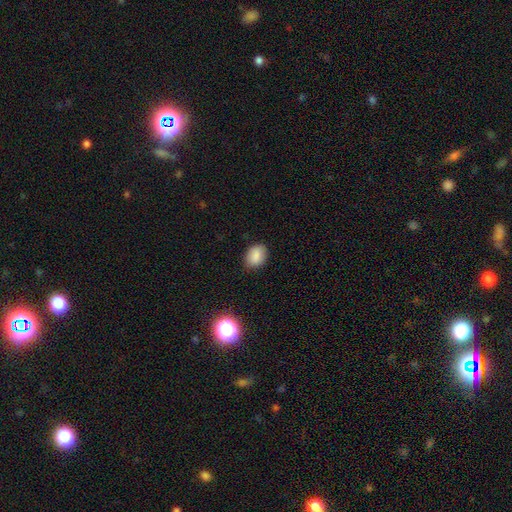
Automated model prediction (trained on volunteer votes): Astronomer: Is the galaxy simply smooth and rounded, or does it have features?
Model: smooth — 86%.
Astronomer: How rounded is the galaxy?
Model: in between — 73%.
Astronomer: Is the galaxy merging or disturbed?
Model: none — 84%.